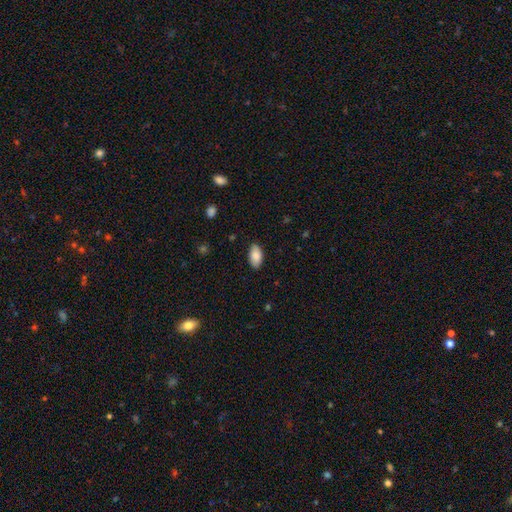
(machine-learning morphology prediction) A smooth galaxy with no disk features (87%) that is in between round and cigar-shaped (94%). Merging: none (87%).